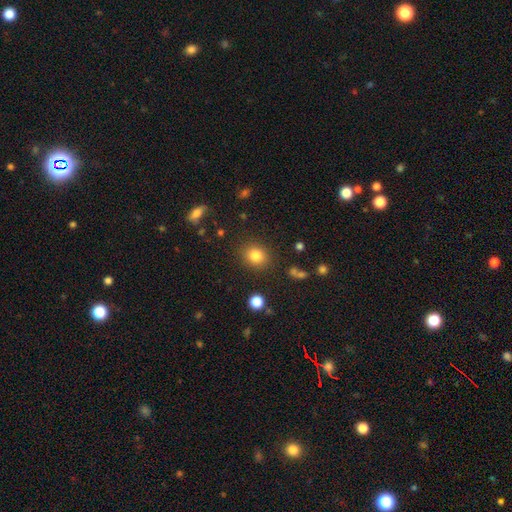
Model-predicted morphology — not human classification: smooth_or_featured: smooth (p=0.83) [alt: star or artifact p=0.11]
how_rounded: round (p=0.74) [alt: in between p=0.25]
merging: none (p=0.86) [alt: minor disturbance p=0.08]